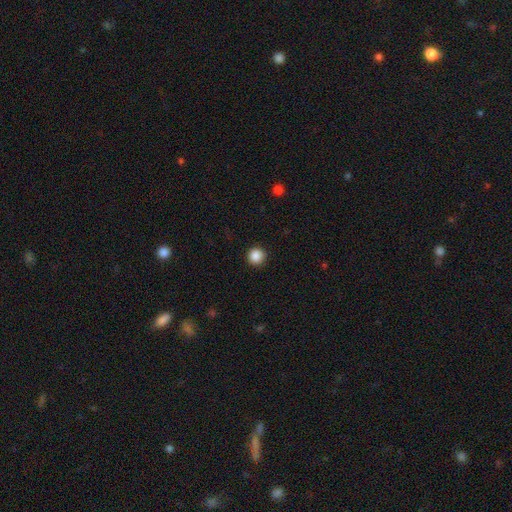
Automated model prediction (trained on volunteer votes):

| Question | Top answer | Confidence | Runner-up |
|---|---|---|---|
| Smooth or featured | smooth | 87% | star or artifact (10%) |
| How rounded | round | 95% | in between (4%) |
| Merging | none | 92% | minor disturbance (5%) |